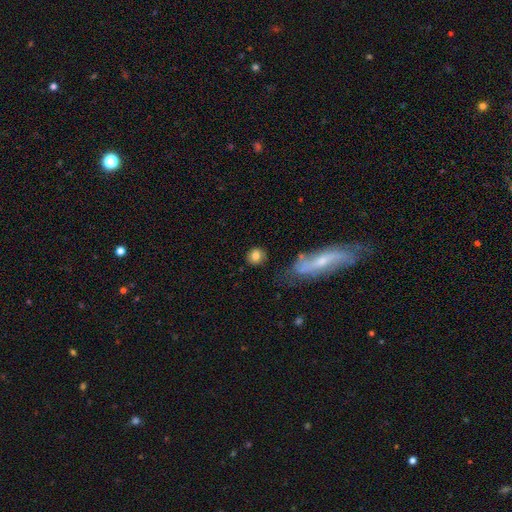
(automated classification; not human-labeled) smooth 81%, featured or disk 10%, star or artifact 9%. Down the decision tree: how rounded — round (78%); merging — none (81%).